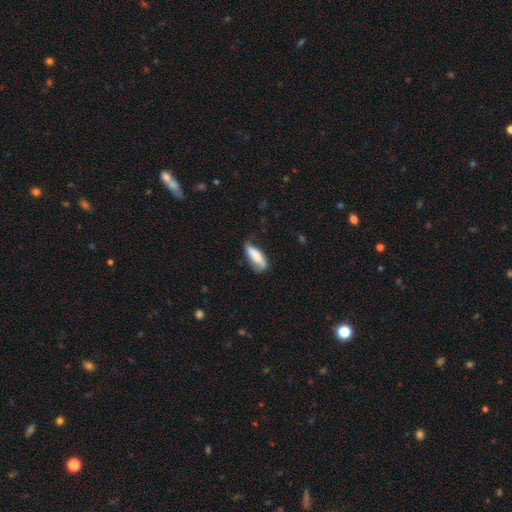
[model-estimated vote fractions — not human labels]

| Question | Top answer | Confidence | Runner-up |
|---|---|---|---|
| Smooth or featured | smooth | 75% | featured or disk (19%) |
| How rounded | in between | 54% | cigar-shaped (44%) |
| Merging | none | 58% | minor disturbance (31%) |